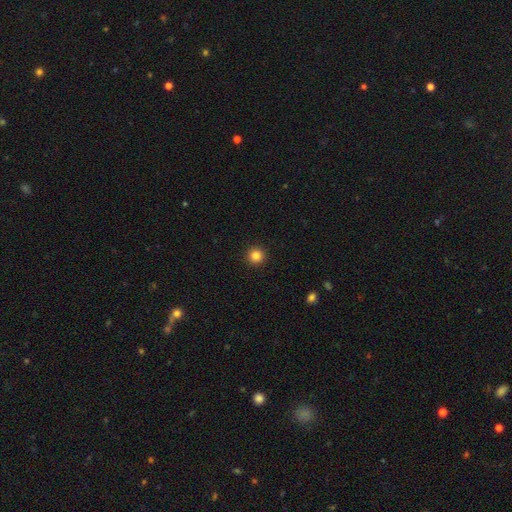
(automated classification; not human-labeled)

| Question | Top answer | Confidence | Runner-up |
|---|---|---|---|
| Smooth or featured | smooth | 85% | star or artifact (11%) |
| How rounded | round | 96% | in between (3%) |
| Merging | none | 94% | minor disturbance (4%) |